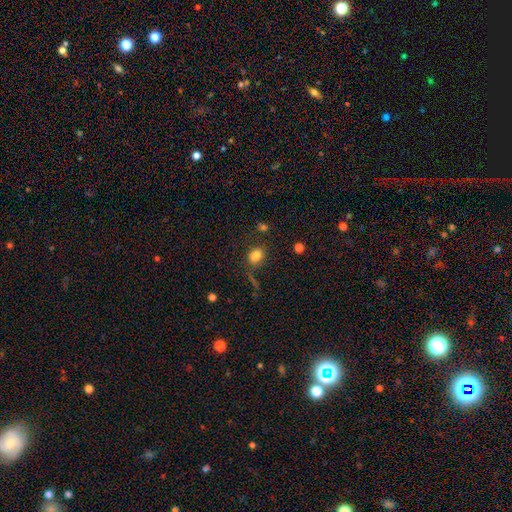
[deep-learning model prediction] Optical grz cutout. It shows a smooth galaxy with no disk features (81%) that is in between round and cigar-shaped (53%). Merging: none (75%).